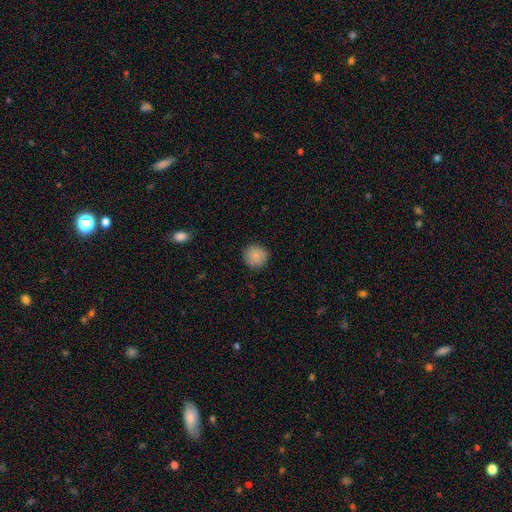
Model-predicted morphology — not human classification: Smooth or featured: smooth — 88% (star or artifact — 7%)
How rounded: round — 93% (in between — 7%)
Merging: none — 89% (minor disturbance — 8%)